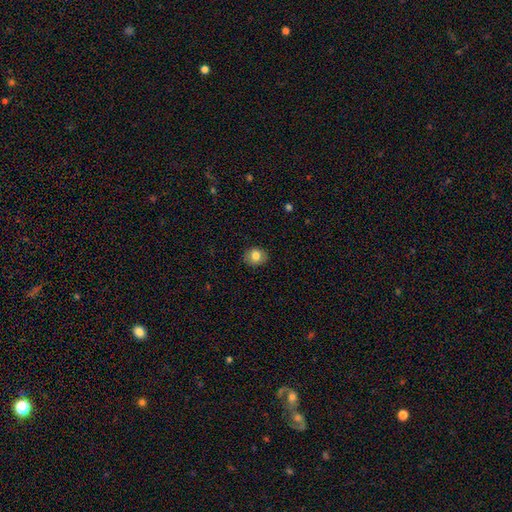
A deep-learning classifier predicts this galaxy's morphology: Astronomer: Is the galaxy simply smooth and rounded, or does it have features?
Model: smooth — 81%.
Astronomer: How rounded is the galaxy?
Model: round — 62%.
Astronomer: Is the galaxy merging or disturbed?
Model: none — 87%.